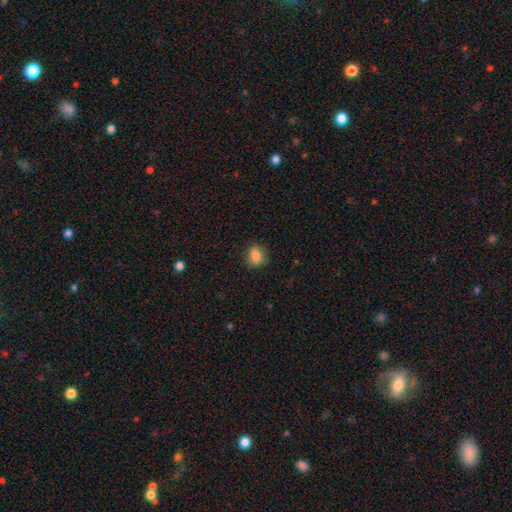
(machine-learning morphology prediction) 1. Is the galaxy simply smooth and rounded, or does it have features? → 85% smooth, 9% star or artifact, 6% featured or disk.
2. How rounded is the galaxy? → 51% round, 48% in between, 1% cigar-shaped.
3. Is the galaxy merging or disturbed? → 82% none, 14% minor disturbance, 3% major disturbance, 1% merger.